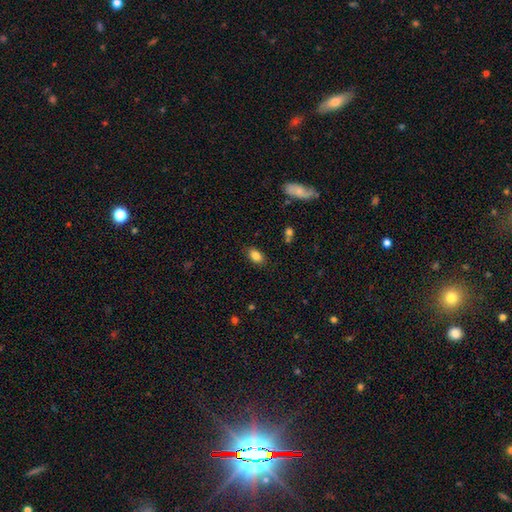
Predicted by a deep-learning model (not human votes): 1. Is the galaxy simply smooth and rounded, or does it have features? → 84% smooth, 9% star or artifact, 7% featured or disk.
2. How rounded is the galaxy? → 87% in between, 10% round, 2% cigar-shaped.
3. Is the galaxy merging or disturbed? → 85% none, 11% minor disturbance, 3% major disturbance, 2% merger.